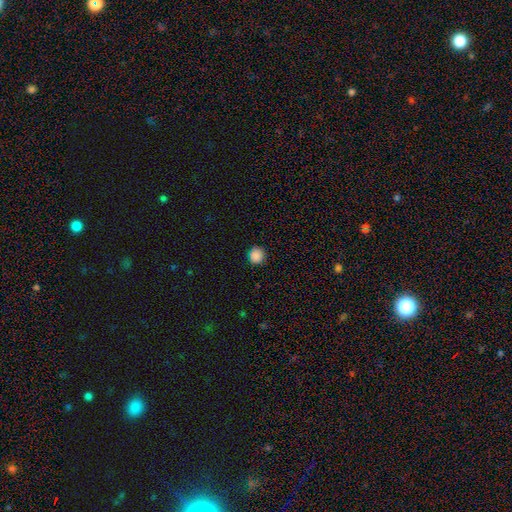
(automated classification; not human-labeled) This is clearly a smooth galaxy (87%). How rounded: clearly round (90%). Merging: clearly none (89%).